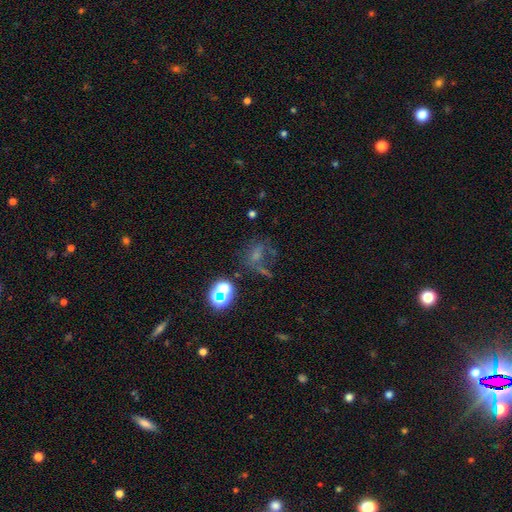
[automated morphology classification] This appears to be a star or artifact, not a galaxy (41%).